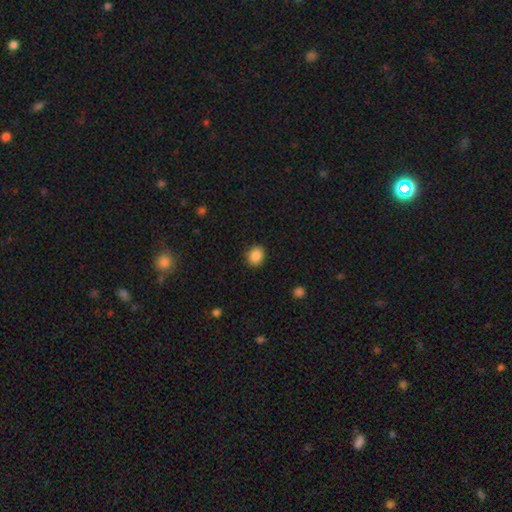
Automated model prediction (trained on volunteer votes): This is clearly a smooth galaxy (87%). How rounded: likely round (62%). Merging: clearly none (87%).